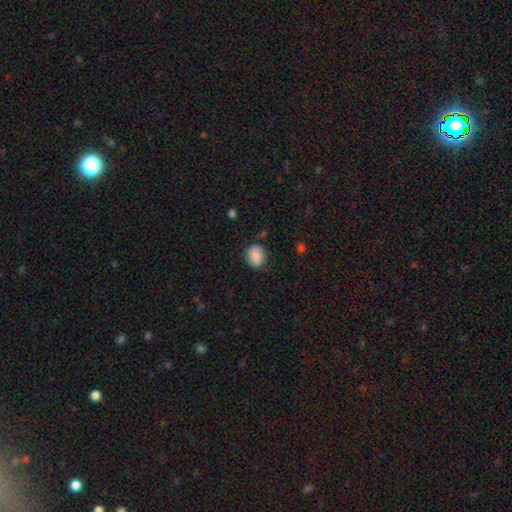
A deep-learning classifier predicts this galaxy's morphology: Smooth or featured? smooth (83%)
How rounded? round (66%)
Merging? none (78%)